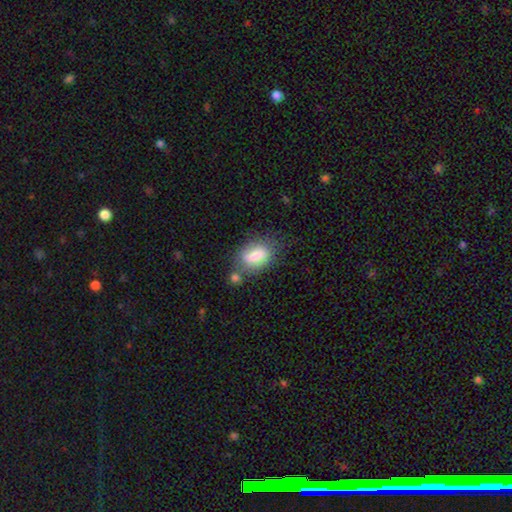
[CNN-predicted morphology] This appears to be a smooth galaxy with no disk features (76%) that is in between round and cigar-shaped (83%). Merging: none (48%).